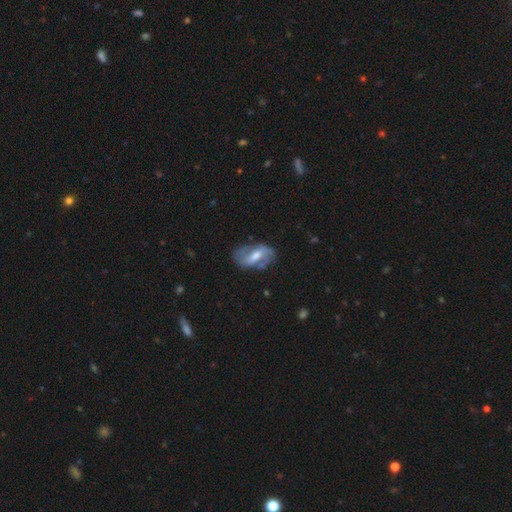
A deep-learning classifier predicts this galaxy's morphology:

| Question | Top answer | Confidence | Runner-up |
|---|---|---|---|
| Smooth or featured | featured or disk | 66% | smooth (28%) |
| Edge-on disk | no | 93% | yes (7%) |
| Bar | weak | 43% | strong (38%) |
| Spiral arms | yes | 72% | no (28%) |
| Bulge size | moderate | 57% | small (21%) |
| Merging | none | 63% | minor disturbance (22%) |